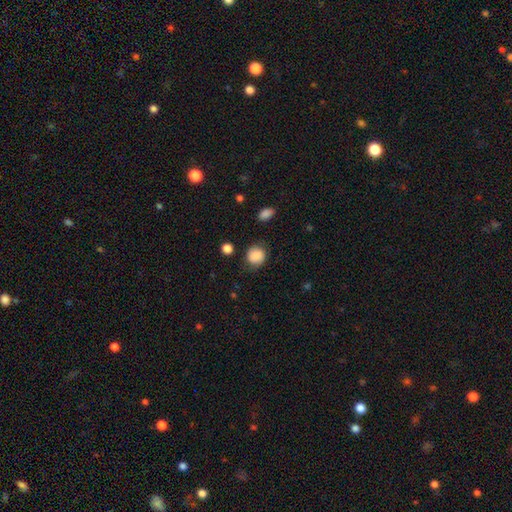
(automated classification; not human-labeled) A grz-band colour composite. It shows a smooth galaxy with no disk features (84%) that is round (84%). Merging: none (76%).